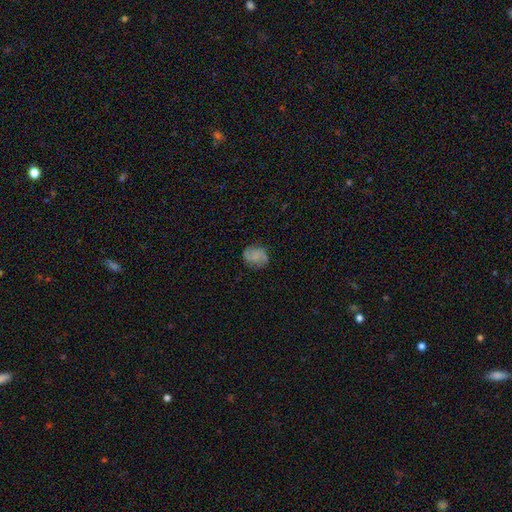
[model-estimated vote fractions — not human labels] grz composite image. It shows a smooth galaxy with no disk features (49%). Merging: none (75%).